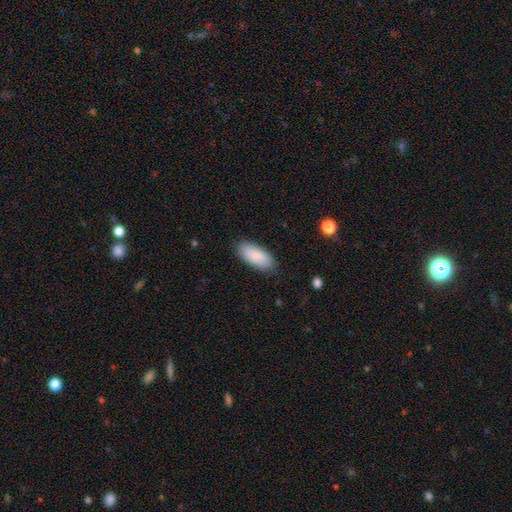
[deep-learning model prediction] Q: Smooth or featured?
A: smooth (89%); runner-up: star or artifact (6%)
Q: How rounded?
A: in between (88%); runner-up: cigar-shaped (10%)
Q: Merging?
A: none (86%); runner-up: minor disturbance (11%)